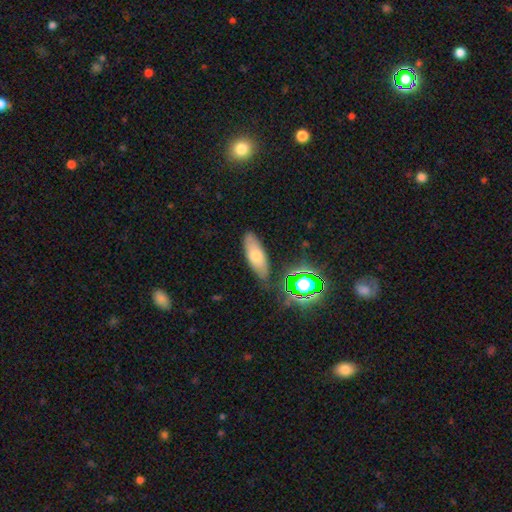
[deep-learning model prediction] Smooth or featured? Predicted: smooth (p=0.57). How rounded? Predicted: in between (p=0.66). Merging? Predicted: none (p=0.77).